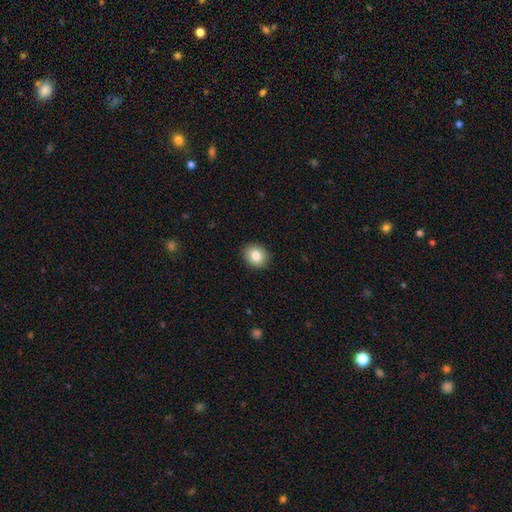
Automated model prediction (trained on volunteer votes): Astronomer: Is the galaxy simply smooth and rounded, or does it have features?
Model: smooth — 83%.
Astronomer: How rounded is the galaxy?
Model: round — 67%.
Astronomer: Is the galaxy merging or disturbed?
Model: none — 91%.